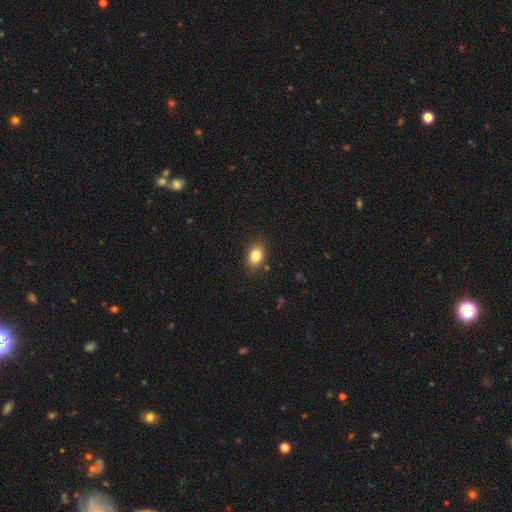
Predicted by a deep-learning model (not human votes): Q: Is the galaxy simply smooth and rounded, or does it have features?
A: smooth — 83%.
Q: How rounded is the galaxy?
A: in between — 81%.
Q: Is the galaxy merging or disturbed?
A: none — 86%.